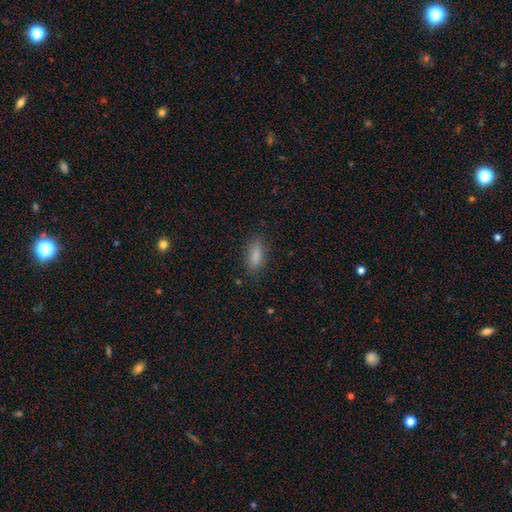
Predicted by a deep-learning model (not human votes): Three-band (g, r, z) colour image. It shows a smooth galaxy with no disk features (84%) that is in between round and cigar-shaped (72%). Merging: none (83%).